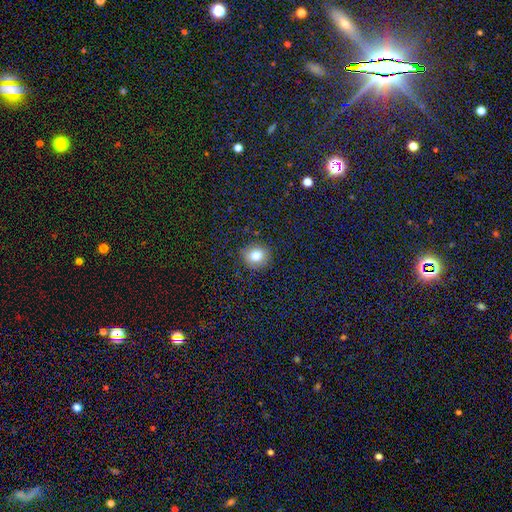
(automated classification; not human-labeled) smooth_or_featured: smooth (p=0.78) [alt: star or artifact p=0.13]
how_rounded: round (p=0.86) [alt: in between p=0.13]
merging: none (p=0.89) [alt: minor disturbance p=0.07]